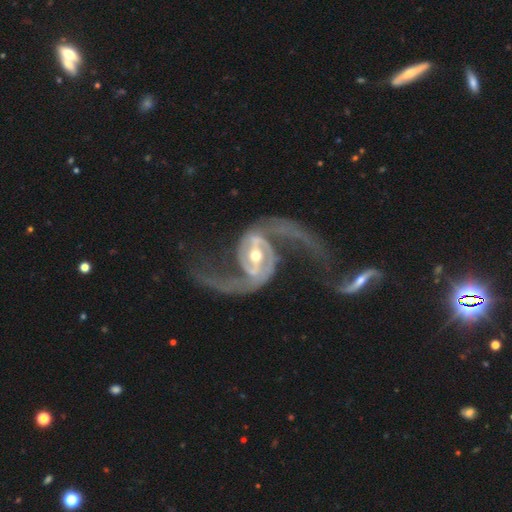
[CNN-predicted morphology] Smooth or featured? featured or disk (94%)
Edge-on disk? no (97%)
Bar? strong (55%)
Spiral arms? yes (97%)
Spiral winding? loose (67%)
Spiral arm count? 2 (94%)
Bulge size? moderate (64%)
Merging? none (56%)